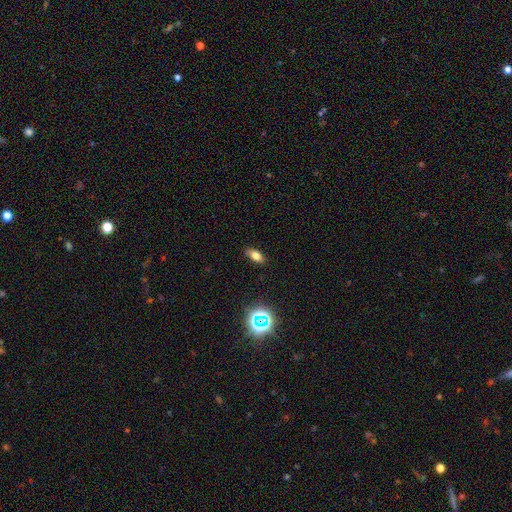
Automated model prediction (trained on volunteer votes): Morphology: type=smooth (69%); roundness=in between (80%); merging=none (83%).